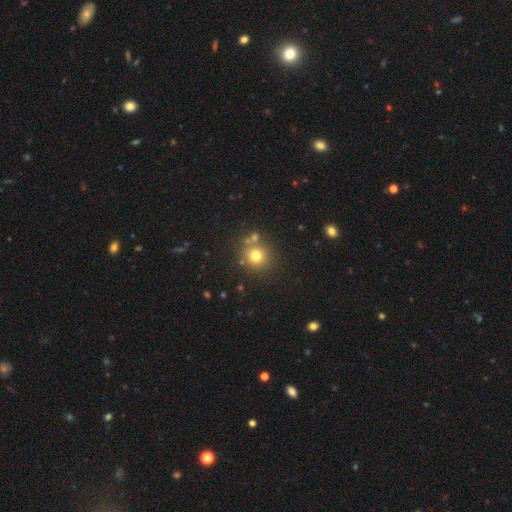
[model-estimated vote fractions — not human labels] smooth_or_featured: smooth (p=0.74) [alt: star or artifact p=0.16]
how_rounded: round (p=0.92) [alt: in between p=0.07]
merging: none (p=0.76) [alt: merger p=0.12]